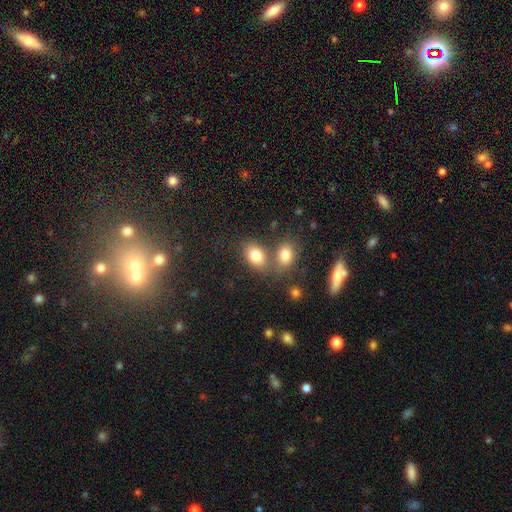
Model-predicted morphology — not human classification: smooth-or-featured: smooth: 79% | star or artifact: 11% | featured or disk: 10%
  how-rounded: in between: 73% | round: 26% | cigar-shaped: 1%
  merging: none: 50% | merger: 36% | minor disturbance: 10% | major disturbance: 4%